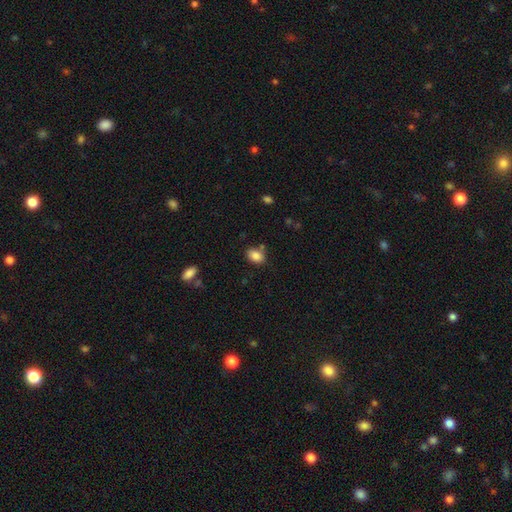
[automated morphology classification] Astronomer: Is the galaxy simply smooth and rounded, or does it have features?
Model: smooth — 86%.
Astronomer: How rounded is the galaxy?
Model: in between — 81%.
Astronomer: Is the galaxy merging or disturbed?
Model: none — 74%.